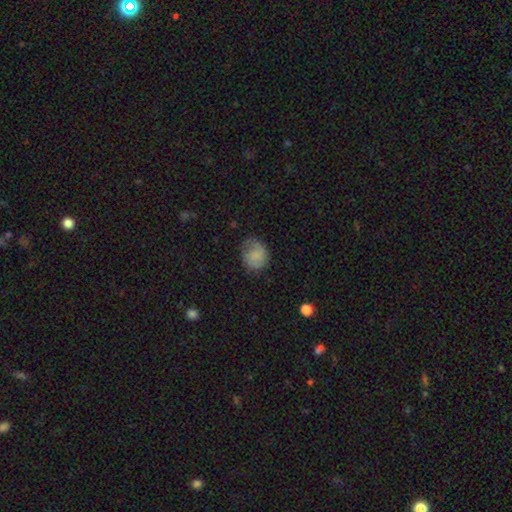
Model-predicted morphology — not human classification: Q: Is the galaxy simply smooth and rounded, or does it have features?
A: smooth — 65%.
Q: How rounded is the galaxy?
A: round — 70%.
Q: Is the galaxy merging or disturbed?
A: none — 62%.